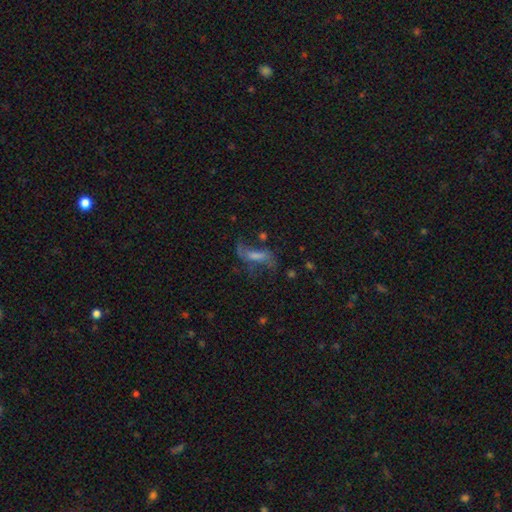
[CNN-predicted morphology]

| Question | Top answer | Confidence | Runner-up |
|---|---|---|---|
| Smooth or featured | featured or disk | 58% | smooth (25%) |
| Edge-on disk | no | 85% | yes (15%) |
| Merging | none | 46% | major disturbance (30%) |